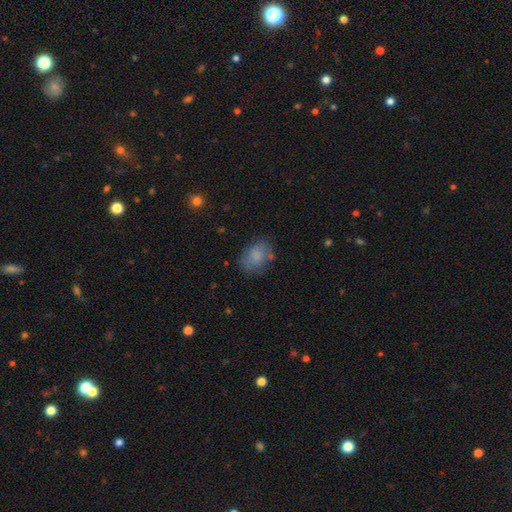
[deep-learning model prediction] smooth 75%, featured or disk 16%, star or artifact 9%. Down the decision tree: how rounded — in between (72%); merging — none (66%).